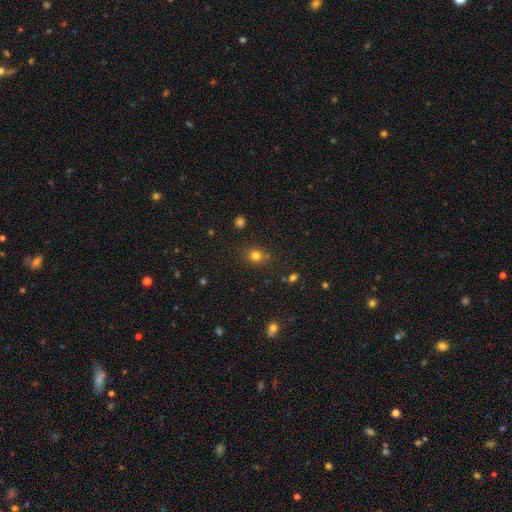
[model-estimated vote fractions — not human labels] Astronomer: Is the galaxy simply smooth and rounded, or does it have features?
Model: smooth — 78%.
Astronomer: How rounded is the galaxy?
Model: round — 73%.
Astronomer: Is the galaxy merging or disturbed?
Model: none — 78%.